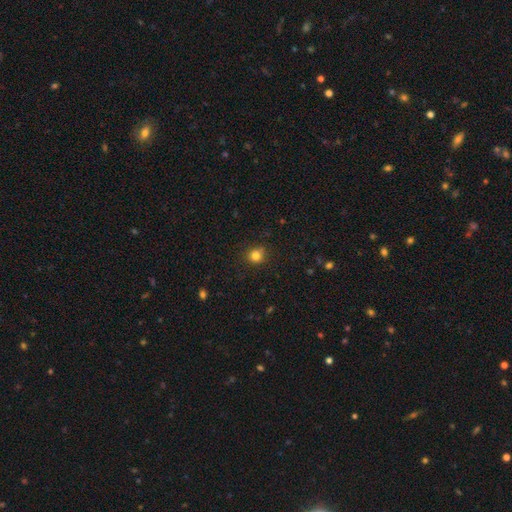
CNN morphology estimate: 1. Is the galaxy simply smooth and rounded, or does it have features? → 82% smooth, 13% star or artifact, 5% featured or disk.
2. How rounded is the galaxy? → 86% round, 14% in between, 1% cigar-shaped.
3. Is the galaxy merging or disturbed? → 83% none, 12% minor disturbance, 3% major disturbance, 2% merger.